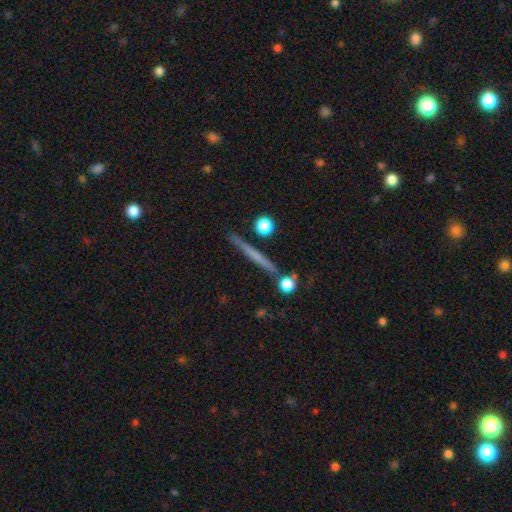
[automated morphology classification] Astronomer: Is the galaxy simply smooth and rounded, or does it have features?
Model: featured or disk — 48% (runner-up: smooth, 44%).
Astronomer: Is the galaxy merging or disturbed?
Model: none — 86%.